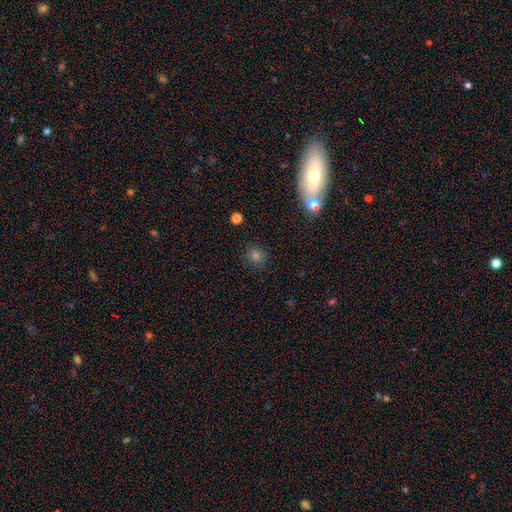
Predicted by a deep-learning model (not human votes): This appears to be a smooth galaxy with no disk features (69%) that is round (84%). Merging: none (83%).